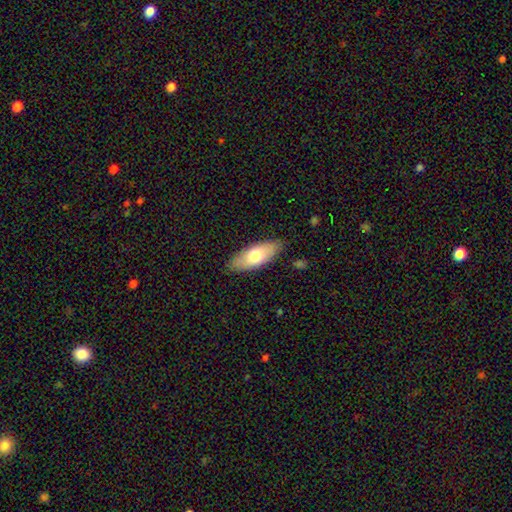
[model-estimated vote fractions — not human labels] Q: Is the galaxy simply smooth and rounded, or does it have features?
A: smooth — 68%.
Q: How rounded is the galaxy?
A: in between — 77%.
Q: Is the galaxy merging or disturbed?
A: none — 85%.